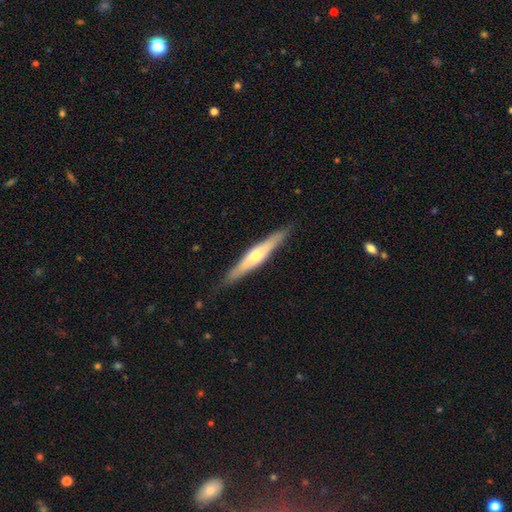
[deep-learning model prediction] This appears to be a featured or disk galaxy (59%) viewed edge-on (92%) with a rounded central bulge (85%). Merging: none (87%).